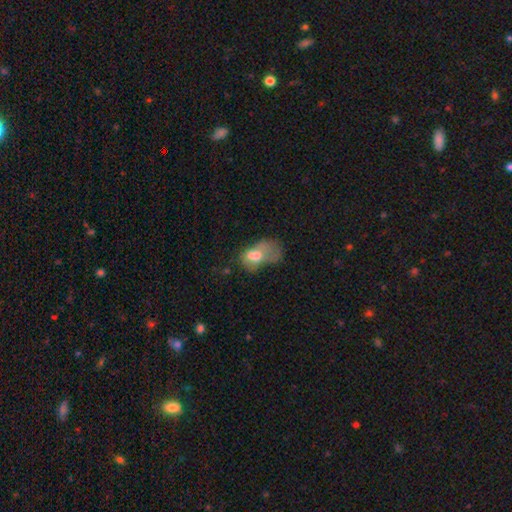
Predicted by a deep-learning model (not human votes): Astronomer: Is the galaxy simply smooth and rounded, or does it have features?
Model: smooth — 60%.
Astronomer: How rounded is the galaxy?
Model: in between — 82%.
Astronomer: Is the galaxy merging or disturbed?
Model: major disturbance — 48%.